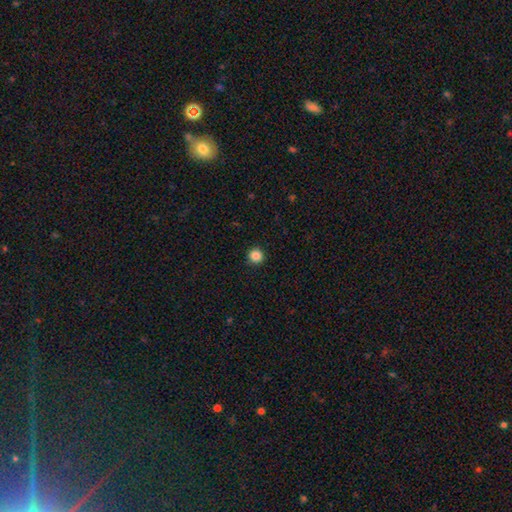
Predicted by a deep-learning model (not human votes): smooth 86%, star or artifact 11%, featured or disk 3%. Down the decision tree: how rounded — round (95%); merging — none (93%).